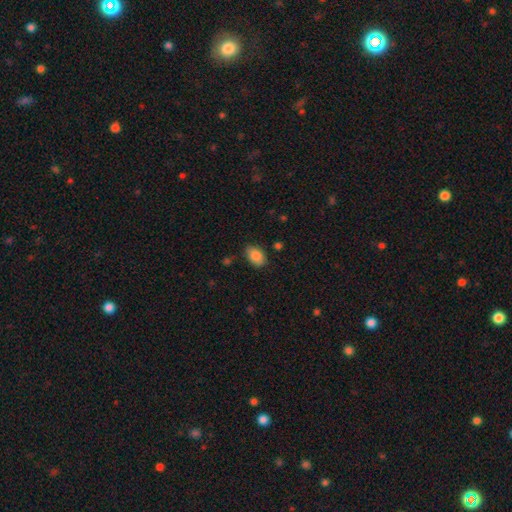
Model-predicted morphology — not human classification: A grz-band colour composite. It shows a smooth galaxy with no disk features (86%) that is in between round and cigar-shaped (86%). Merging: none (81%).